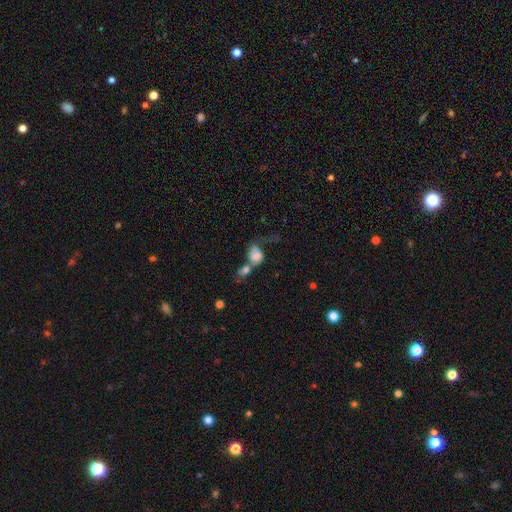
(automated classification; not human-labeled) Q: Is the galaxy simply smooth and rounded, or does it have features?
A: smooth — 62%.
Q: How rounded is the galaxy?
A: in between — 55%.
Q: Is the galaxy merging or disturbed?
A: merger — 61%.